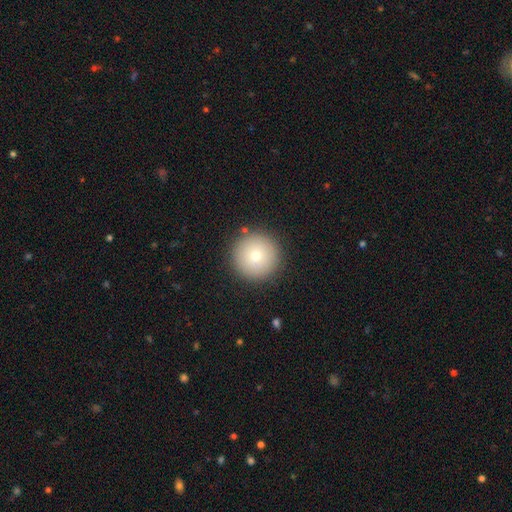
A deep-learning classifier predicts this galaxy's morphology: This appears to be a smooth galaxy with no disk features (77%) that is round (97%). Merging: none (90%).